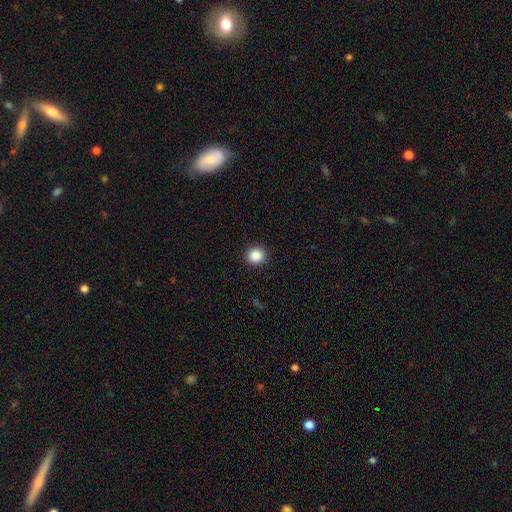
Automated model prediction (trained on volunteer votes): The model was most divided on "how rounded": round: 88%, in between: 11%, cigar-shaped: 1%. More confident: merging — none (92%); smooth or featured — smooth (88%).